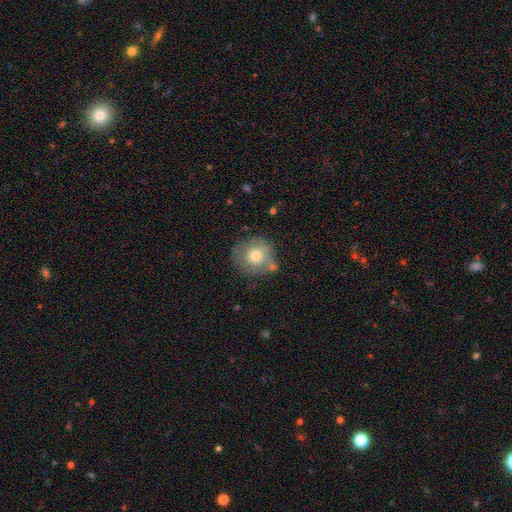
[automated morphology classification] The model was most divided on "smooth or featured": smooth: 67%, featured or disk: 25%, star or artifact: 8%. More confident: how rounded — round (89%); merging — none (63%).